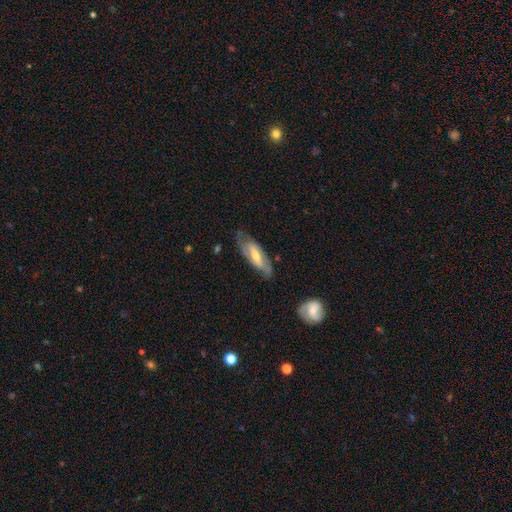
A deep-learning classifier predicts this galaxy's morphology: This is likely a featured or disk galaxy (67%). It is likely not viewed edge-on (80%). Bar: possibly strong (45%). Spiral arm pattern: likely yes (74%). Central bulge: possibly moderate (54%). Merging: likely none (68%).